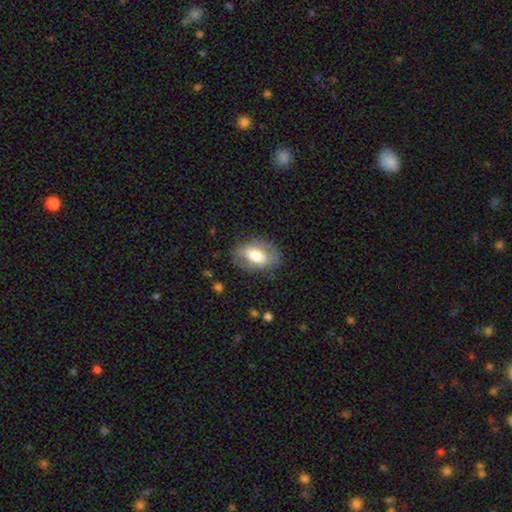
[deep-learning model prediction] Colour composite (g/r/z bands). It shows a smooth galaxy with no disk features (52%) that is in between round and cigar-shaped (88%). Merging: none (78%).